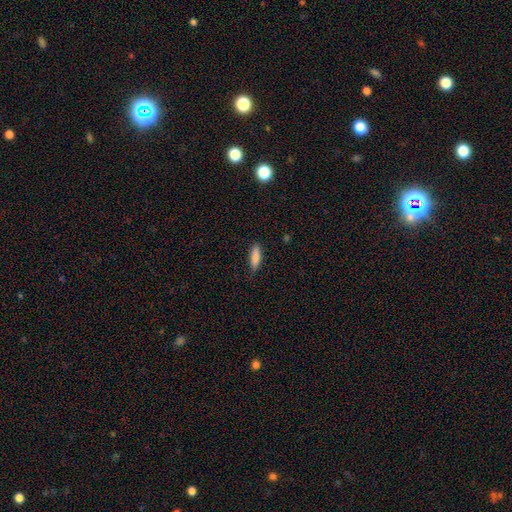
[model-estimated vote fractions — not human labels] Smooth or featured? Predicted: smooth (p=0.86). How rounded? Predicted: cigar-shaped (p=0.51). Merging? Predicted: none (p=0.82).